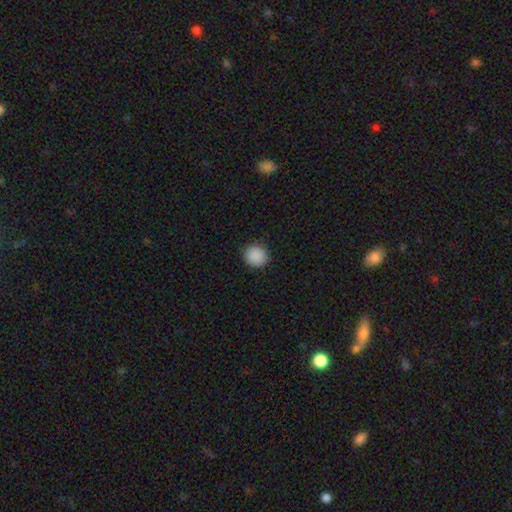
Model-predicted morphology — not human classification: Smooth or featured? Predicted: smooth (p=0.89). How rounded? Predicted: round (p=0.92). Merging? Predicted: none (p=0.91).